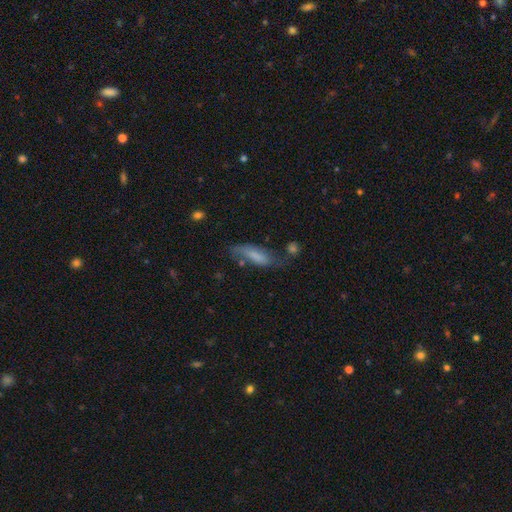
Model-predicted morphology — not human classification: Smooth or featured?
  - smooth: 64% *
  - featured or disk: 28%
  - star or artifact: 8%
How rounded?
  - in between: 51% *
  - cigar-shaped: 46%
  - round: 3%
Merging?
  - none: 50% *
  - minor disturbance: 27%
  - major disturbance: 14%
  - merger: 9%